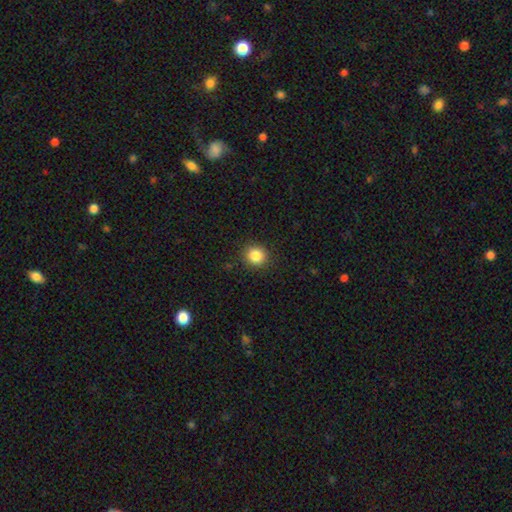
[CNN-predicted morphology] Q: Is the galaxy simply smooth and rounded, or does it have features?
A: smooth — 85%.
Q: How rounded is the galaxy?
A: round — 87%.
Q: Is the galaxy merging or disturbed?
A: none — 90%.